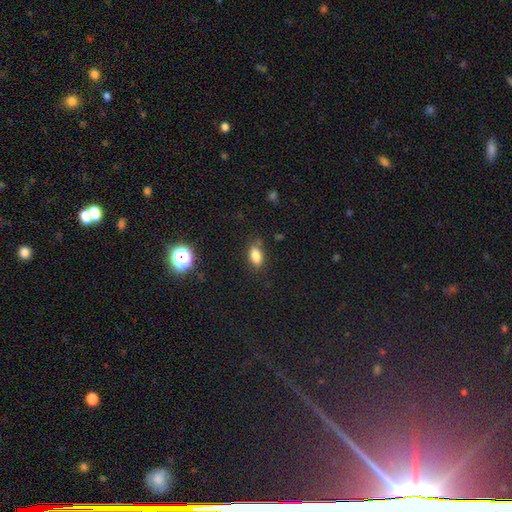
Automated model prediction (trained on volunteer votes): Smooth or featured?
  - smooth: 82% *
  - star or artifact: 11%
  - featured or disk: 7%
How rounded?
  - in between: 86% *
  - round: 7%
  - cigar-shaped: 7%
Merging?
  - none: 77% *
  - minor disturbance: 16%
  - major disturbance: 4%
  - merger: 3%